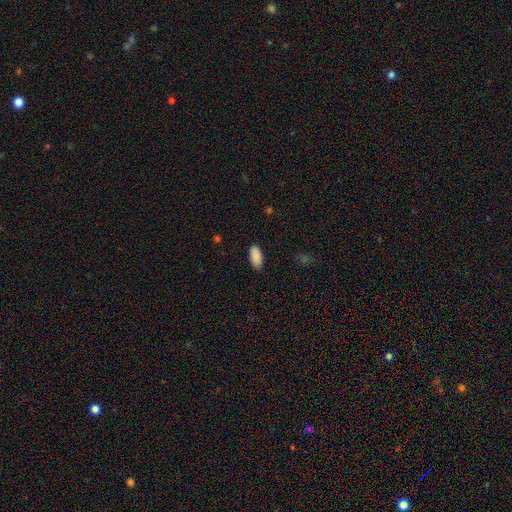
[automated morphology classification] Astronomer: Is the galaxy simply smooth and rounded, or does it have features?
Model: smooth — 89%.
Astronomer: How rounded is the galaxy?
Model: in between — 92%.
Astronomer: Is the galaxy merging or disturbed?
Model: none — 83%.